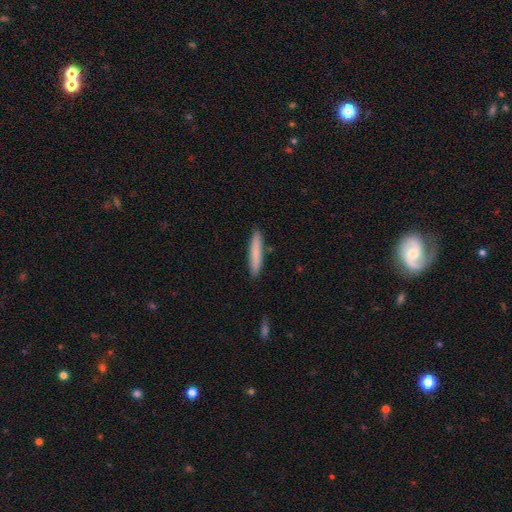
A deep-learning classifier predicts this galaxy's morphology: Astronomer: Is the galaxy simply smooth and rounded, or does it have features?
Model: smooth — 81%.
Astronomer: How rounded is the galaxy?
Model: cigar-shaped — 90%.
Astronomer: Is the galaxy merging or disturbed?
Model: none — 88%.